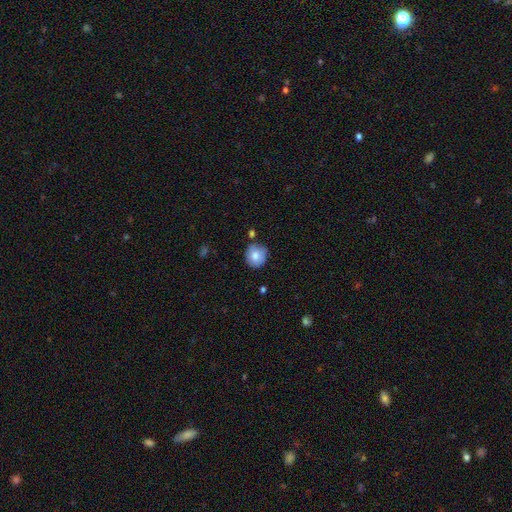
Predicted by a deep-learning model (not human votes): Smooth or featured?
  - smooth: 76% *
  - featured or disk: 15%
  - star or artifact: 8%
How rounded?
  - round: 87% *
  - in between: 12%
  - cigar-shaped: 1%
Merging?
  - none: 74% *
  - minor disturbance: 18%
  - merger: 6%
  - major disturbance: 3%